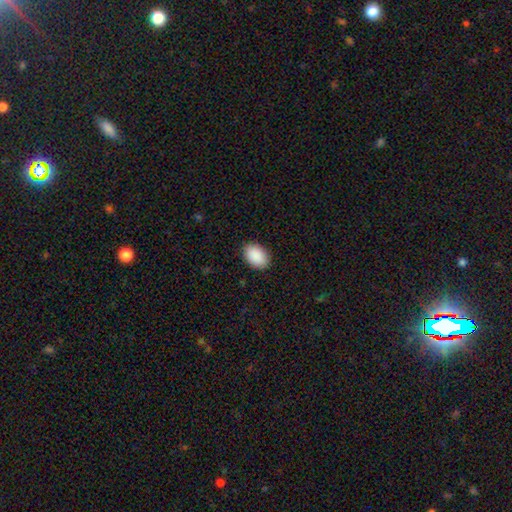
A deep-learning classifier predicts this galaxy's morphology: Q: Smooth or featured?
A: smooth (91%); runner-up: star or artifact (6%)
Q: How rounded?
A: in between (87%); runner-up: round (12%)
Q: Merging?
A: none (89%); runner-up: minor disturbance (8%)